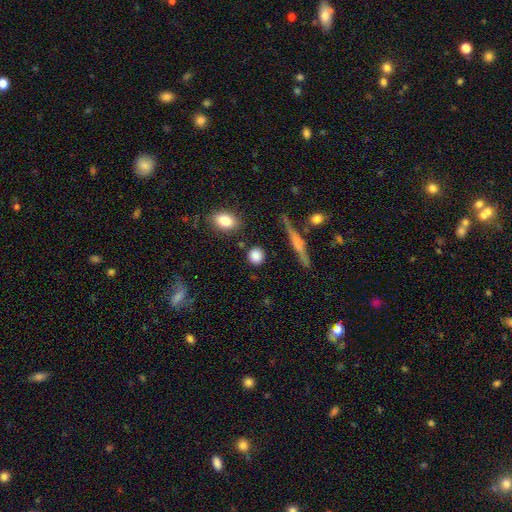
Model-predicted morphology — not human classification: smooth_or_featured: smooth (p=0.83) [alt: star or artifact p=0.09]
how_rounded: round (p=0.85) [alt: in between p=0.11]
merging: none (p=0.85) [alt: minor disturbance p=0.09]